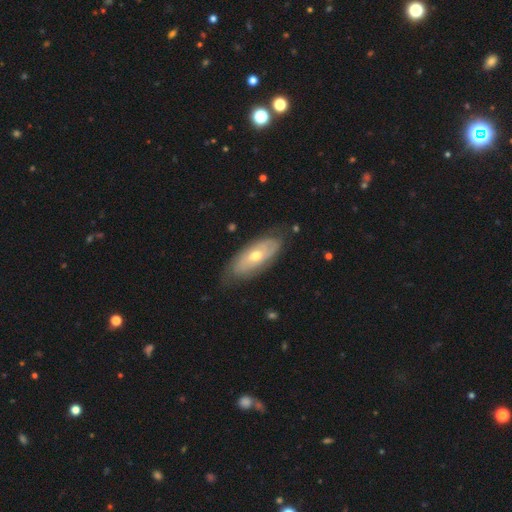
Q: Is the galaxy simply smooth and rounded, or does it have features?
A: featured or disk — 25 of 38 (66%).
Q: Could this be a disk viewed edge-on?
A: no — 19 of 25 (76%).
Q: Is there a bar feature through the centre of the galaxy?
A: no — 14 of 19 (74%).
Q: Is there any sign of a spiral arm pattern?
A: yes — 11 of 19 (58%).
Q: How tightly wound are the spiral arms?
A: tight — 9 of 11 (82%).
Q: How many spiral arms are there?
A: can't tell — 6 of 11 (55%).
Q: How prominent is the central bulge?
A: moderate — 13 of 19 (68%).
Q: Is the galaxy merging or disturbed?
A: none — 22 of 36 (61%).